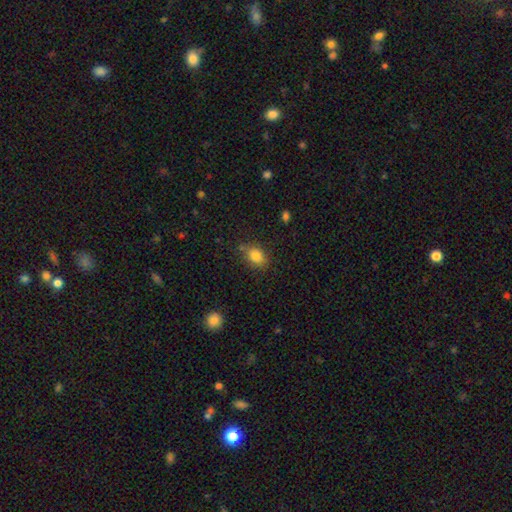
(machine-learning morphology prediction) This appears to be a smooth galaxy with no disk features (83%) that is in between round and cigar-shaped (67%). Merging: none (76%).